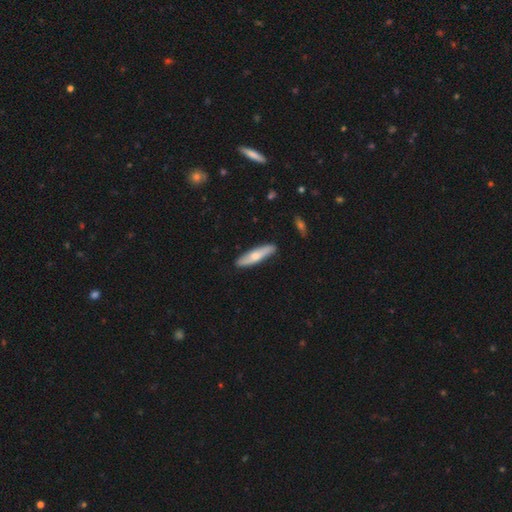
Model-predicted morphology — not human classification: smooth 59%, featured or disk 36%, star or artifact 5%. Down the decision tree: how rounded — cigar-shaped (80%); merging — none (88%).